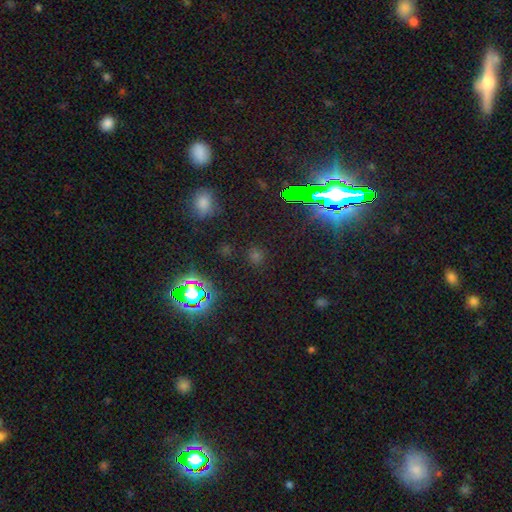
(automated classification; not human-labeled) The model was most divided on "smooth or featured": star or artifact: 57%, smooth: 35%, featured or disk: 7%.